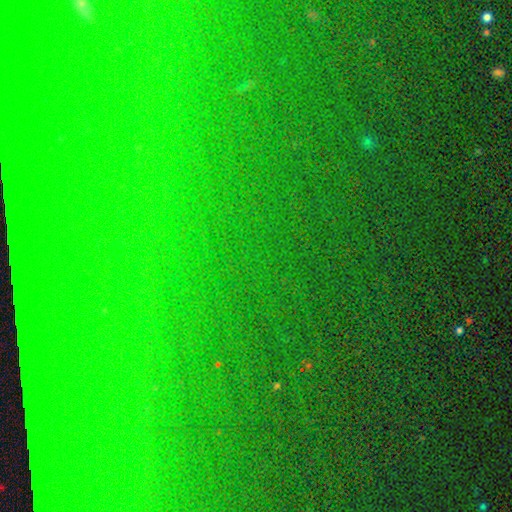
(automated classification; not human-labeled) Morphology: type=star or artifact (80%).